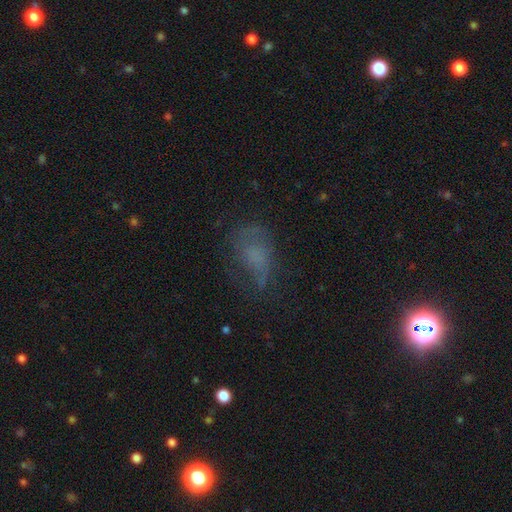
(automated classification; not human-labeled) Morphology: type=smooth (43%); merging=none (47%).